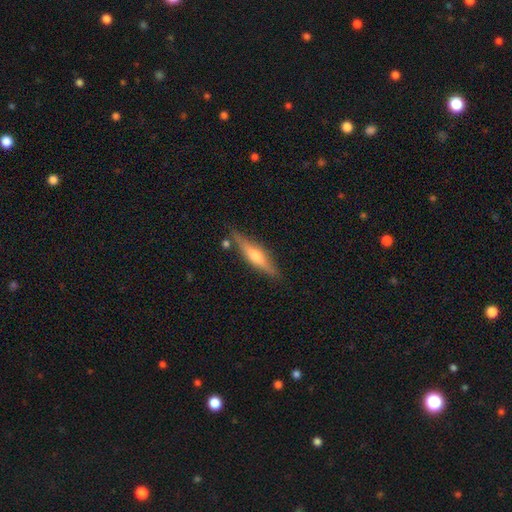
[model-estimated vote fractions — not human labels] Smooth or featured: featured or disk — 66% (smooth — 28%)
Edge-on disk: yes — 96% (no — 4%)
Edge-on bulge: rounded — 90% (boxy — 6%)
Merging: none — 83% (minor disturbance — 11%)